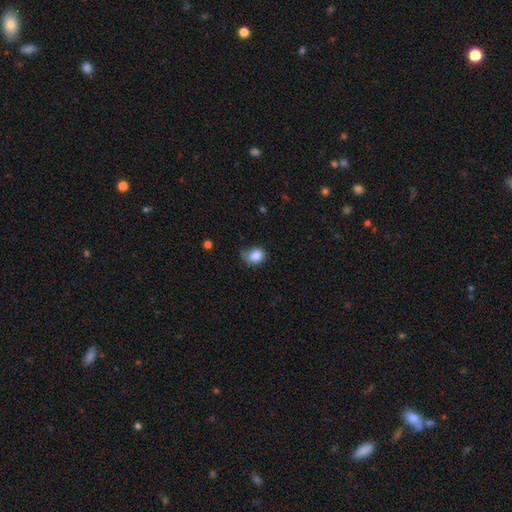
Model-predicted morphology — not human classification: Smooth or featured: smooth — 84% (star or artifact — 9%)
How rounded: round — 61% (in between — 38%)
Merging: none — 45% (minor disturbance — 37%)